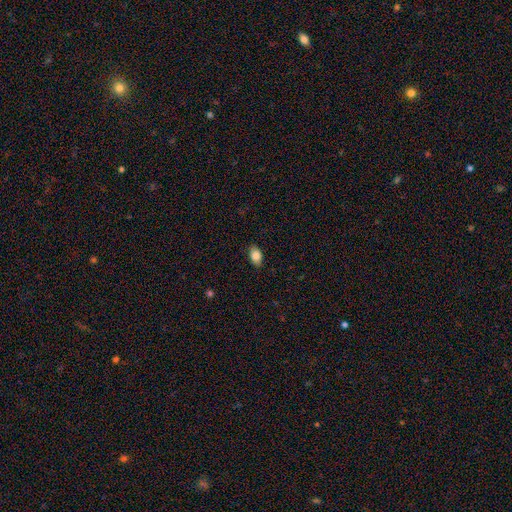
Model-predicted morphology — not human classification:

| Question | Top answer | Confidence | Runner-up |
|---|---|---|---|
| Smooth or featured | smooth | 84% | featured or disk (9%) |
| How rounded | in between | 88% | round (9%) |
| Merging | none | 84% | minor disturbance (12%) |